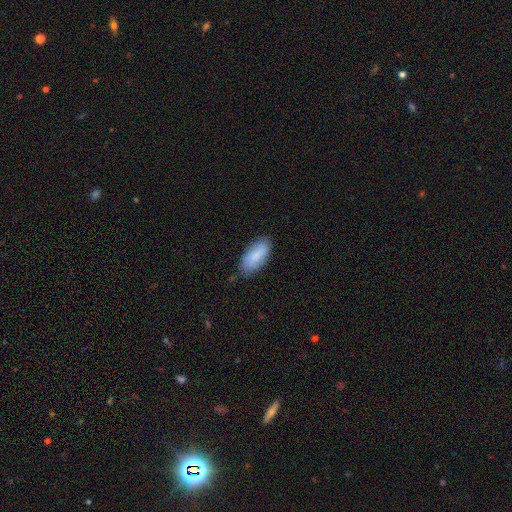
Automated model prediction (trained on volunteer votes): A smooth galaxy with no disk features (85%) that is in between round and cigar-shaped (88%).

Vote fractions:
- Smooth or featured? smooth: 85% / featured or disk: 9% / star or artifact: 6%
- How rounded? in between: 88% / cigar-shaped: 11% / round: 2%
- Merging? none: 79% / minor disturbance: 16% / major disturbance: 3% / merger: 2%